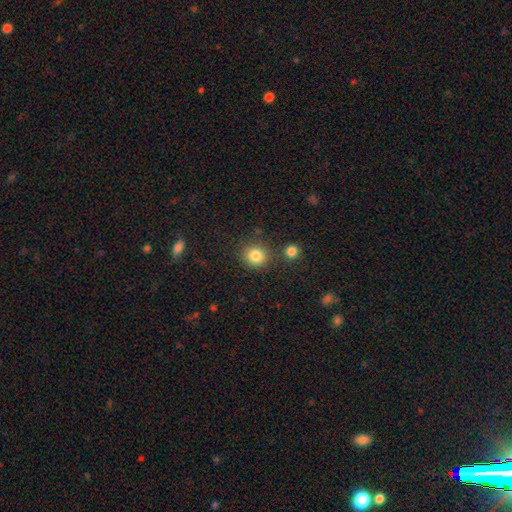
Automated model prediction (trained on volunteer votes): smooth-or-featured: smooth: 84% | star or artifact: 11% | featured or disk: 6%
  how-rounded: round: 87% | in between: 12% | cigar-shaped: 1%
  merging: none: 82% | minor disturbance: 8% | merger: 6% | major disturbance: 3%